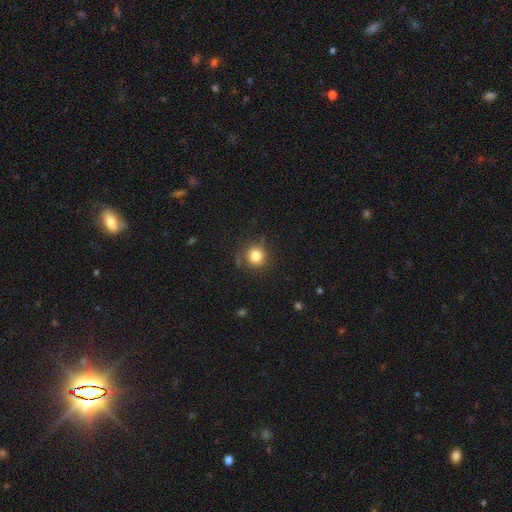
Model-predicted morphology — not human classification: Smooth or featured: smooth — 82% (star or artifact — 12%)
How rounded: round — 92% (in between — 7%)
Merging: none — 83% (minor disturbance — 12%)